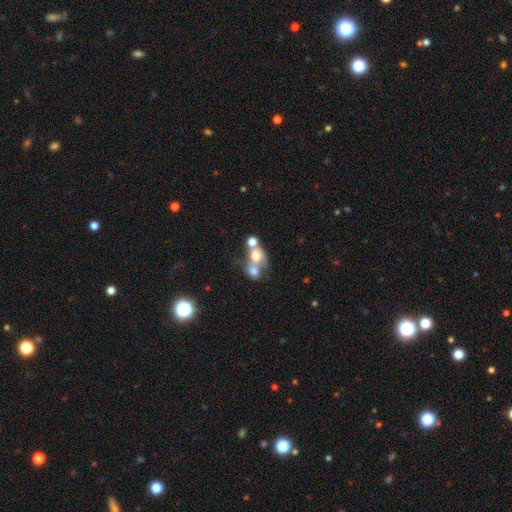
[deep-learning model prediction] Smooth or featured?
  - smooth: 62% *
  - featured or disk: 26%
  - star or artifact: 12%
How rounded?
  - round: 58% *
  - in between: 40%
  - cigar-shaped: 2%
Merging?
  - merger: 65% *
  - none: 20%
  - minor disturbance: 8%
  - major disturbance: 7%